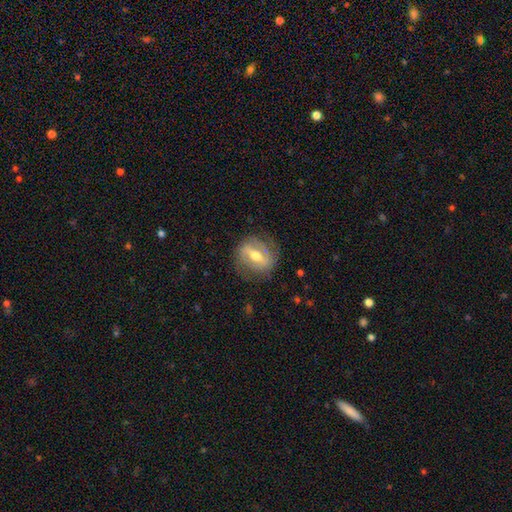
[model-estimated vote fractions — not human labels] The model was most divided on "bar": strong: 53%, weak: 34%, no: 13%. More confident: edge-on disk — no (90%); merging — none (76%); bulge size — moderate (72%); smooth or featured — featured or disk (71%); spiral arms — yes (66%).